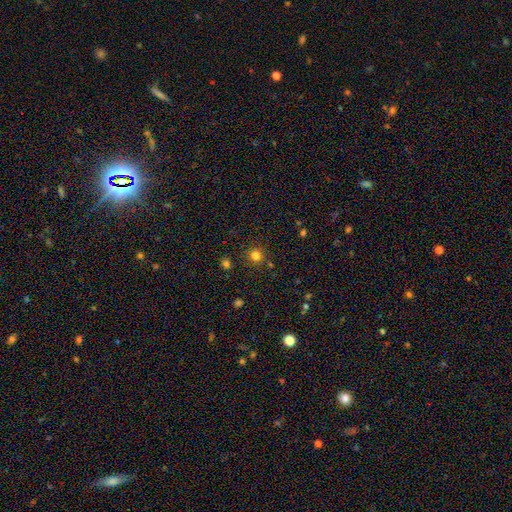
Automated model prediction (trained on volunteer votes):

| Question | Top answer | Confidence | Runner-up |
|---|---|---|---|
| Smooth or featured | smooth | 79% | star or artifact (16%) |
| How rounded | round | 94% | in between (5%) |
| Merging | none | 87% | minor disturbance (7%) |